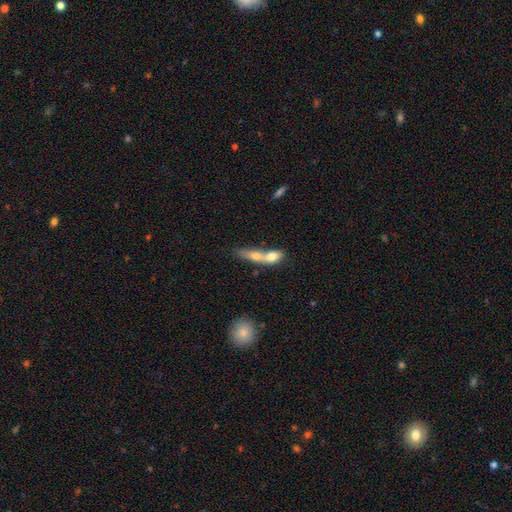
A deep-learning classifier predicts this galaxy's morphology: smooth 66%, featured or disk 26%, star or artifact 8%. Down the decision tree: how rounded — in between (49%); merging — merger (74%).